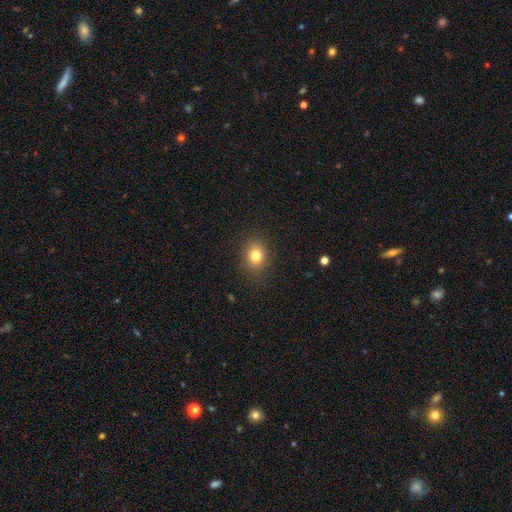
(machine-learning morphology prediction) A smooth galaxy with no disk features (80%) that is round (56%). Merging: none (86%).